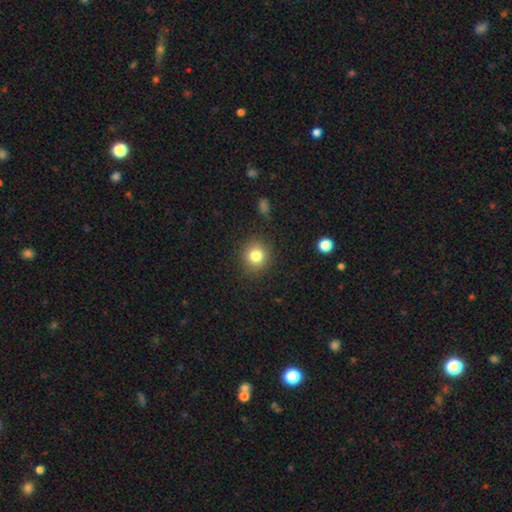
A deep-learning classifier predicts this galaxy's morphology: smooth 81%, star or artifact 12%, featured or disk 7%. Down the decision tree: how rounded — round (88%); merging — none (88%).